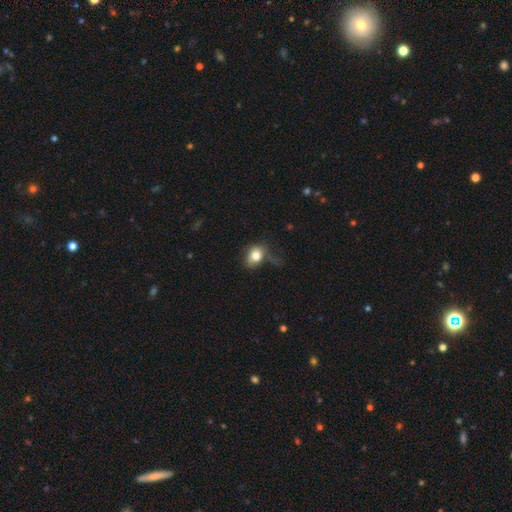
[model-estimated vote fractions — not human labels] Q: Smooth or featured?
A: smooth (76%); runner-up: featured or disk (14%)
Q: How rounded?
A: in between (57%); runner-up: round (42%)
Q: Merging?
A: none (40%); runner-up: minor disturbance (30%)